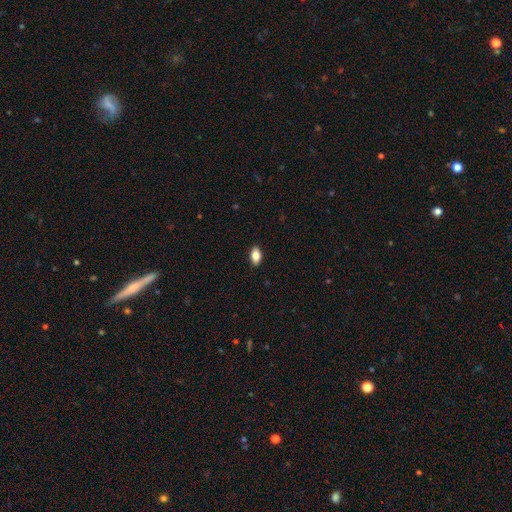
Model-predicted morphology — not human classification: A smooth galaxy with no disk features (83%) that is in between round and cigar-shaped (90%).

Vote fractions:
- Smooth or featured? smooth: 83% / featured or disk: 9% / star or artifact: 8%
- How rounded? in between: 90% / round: 6% / cigar-shaped: 4%
- Merging? none: 89% / minor disturbance: 8% / major disturbance: 2% / merger: 1%